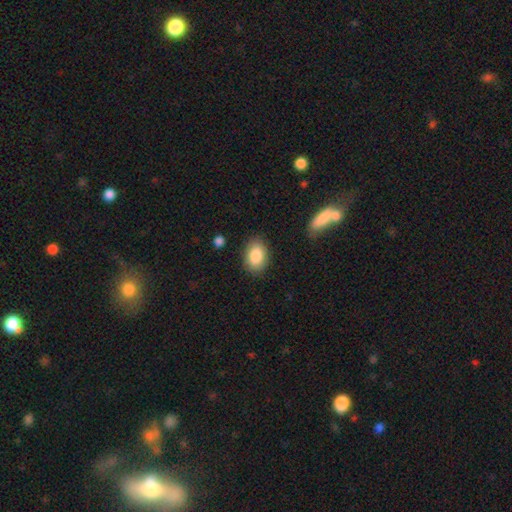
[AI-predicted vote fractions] Smooth or featured: smooth — 87% (star or artifact — 7%)
How rounded: in between — 86% (round — 13%)
Merging: none — 85% (minor disturbance — 11%)